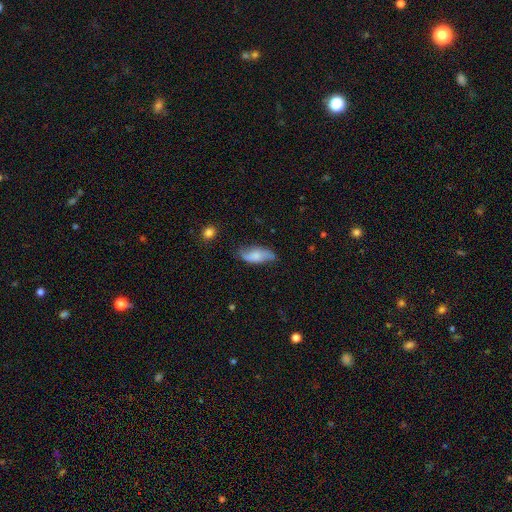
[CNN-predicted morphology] smooth 56%, featured or disk 37%, star or artifact 7%. Down the decision tree: how rounded — in between (81%); merging — none (63%).